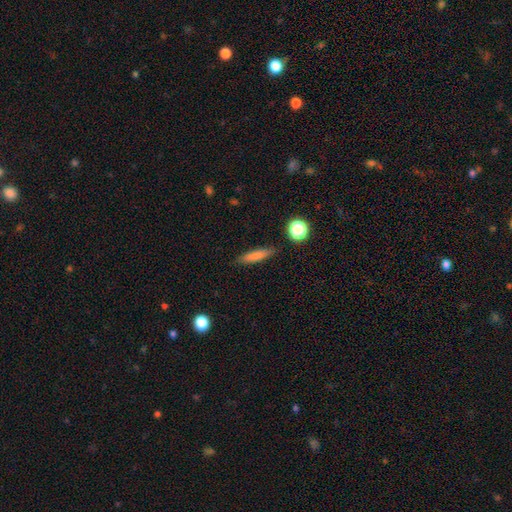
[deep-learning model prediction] This appears to be a smooth galaxy with no disk features (77%) that is cigar-shaped (81%). Merging: none (87%).